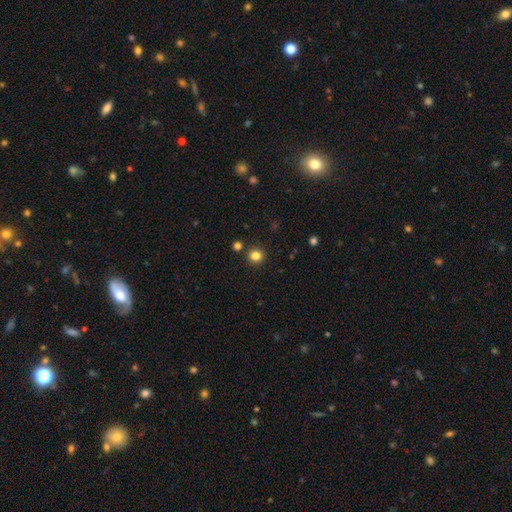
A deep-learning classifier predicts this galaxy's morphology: Smooth or featured: smooth — 83% (star or artifact — 12%)
How rounded: round — 93% (in between — 6%)
Merging: none — 88% (minor disturbance — 6%)